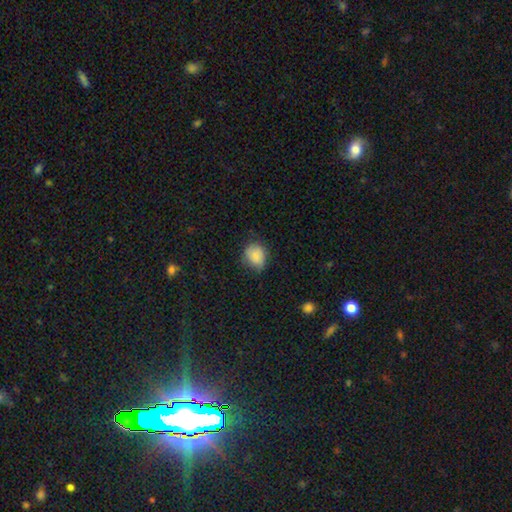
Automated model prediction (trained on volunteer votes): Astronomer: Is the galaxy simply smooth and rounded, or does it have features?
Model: smooth — 84%.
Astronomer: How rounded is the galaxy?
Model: round — 54% (runner-up: in between, 45%).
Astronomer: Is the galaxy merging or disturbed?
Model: none — 62%.